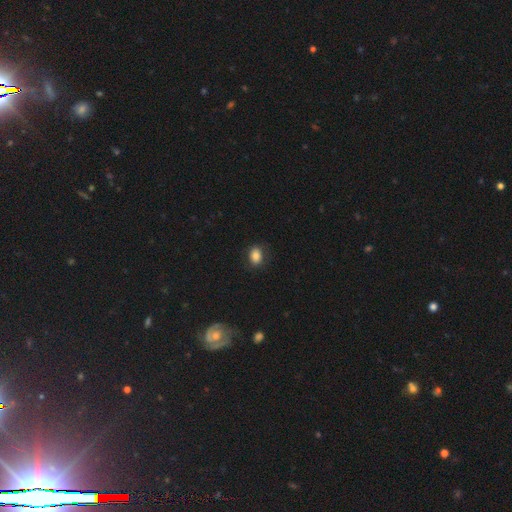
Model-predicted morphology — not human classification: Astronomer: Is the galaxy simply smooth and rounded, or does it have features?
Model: smooth — 82%.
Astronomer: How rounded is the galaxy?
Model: in between — 62% (runner-up: round, 37%).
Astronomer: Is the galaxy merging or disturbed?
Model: none — 81%.